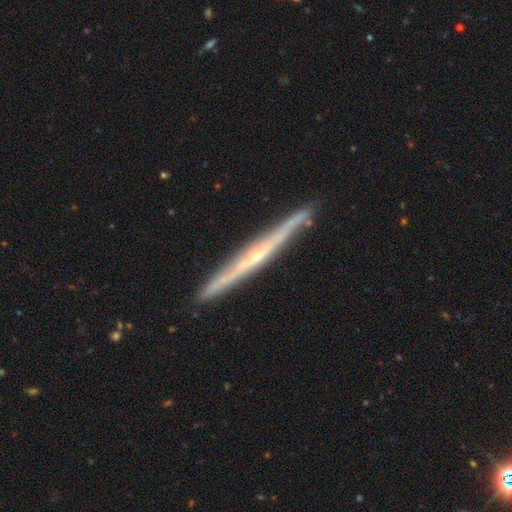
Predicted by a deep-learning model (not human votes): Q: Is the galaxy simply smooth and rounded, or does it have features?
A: featured or disk — 80%.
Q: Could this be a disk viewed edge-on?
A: yes — 96%.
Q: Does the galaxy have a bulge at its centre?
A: rounded — 49%.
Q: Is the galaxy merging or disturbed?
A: none — 87%.